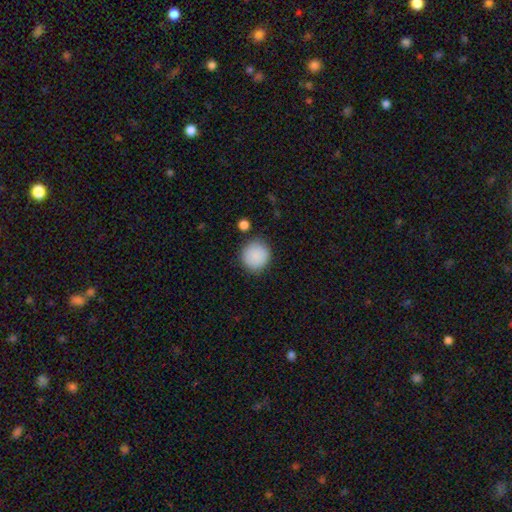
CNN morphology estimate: smooth_or_featured: smooth (p=0.89) [alt: star or artifact p=0.08]
how_rounded: round (p=0.92) [alt: in between p=0.07]
merging: none (p=0.84) [alt: minor disturbance p=0.10]